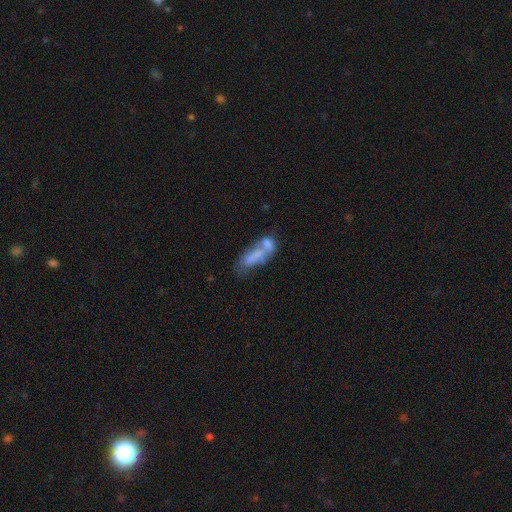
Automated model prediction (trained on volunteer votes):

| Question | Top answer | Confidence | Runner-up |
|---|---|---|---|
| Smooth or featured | smooth | 58% | featured or disk (32%) |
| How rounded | in between | 71% | cigar-shaped (26%) |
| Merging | merger | 54% | none (19%) |